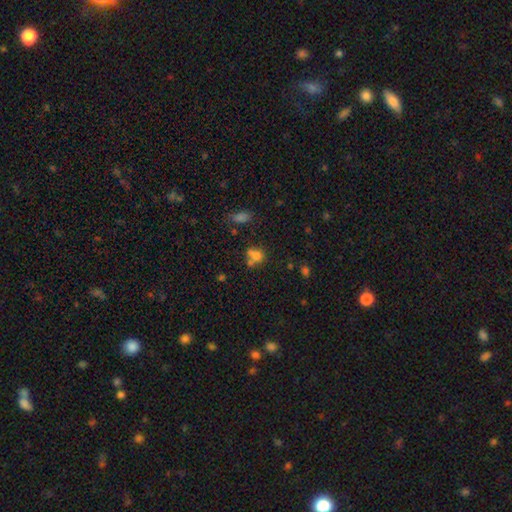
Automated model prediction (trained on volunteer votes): Q: Smooth or featured?
A: smooth (70%); runner-up: star or artifact (16%)
Q: How rounded?
A: round (67%); runner-up: in between (31%)
Q: Merging?
A: merger (41%); runner-up: none (40%)